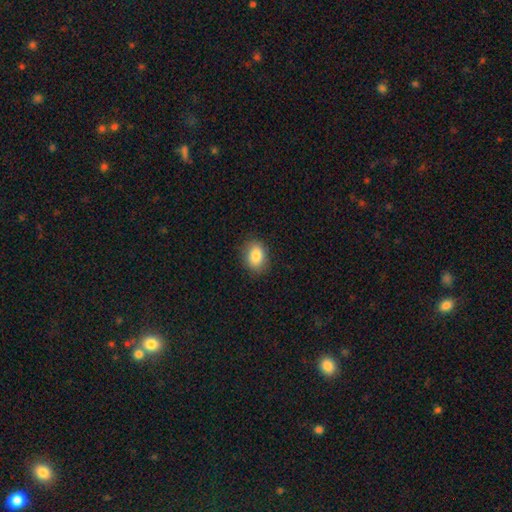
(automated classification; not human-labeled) A smooth galaxy with no disk features (83%) that is in between round and cigar-shaped (65%).

Vote fractions:
- Smooth or featured? smooth: 83% / star or artifact: 9% / featured or disk: 8%
- How rounded? in between: 65% / round: 34% / cigar-shaped: 1%
- Merging? none: 86% / minor disturbance: 11% / major disturbance: 3% / merger: 1%